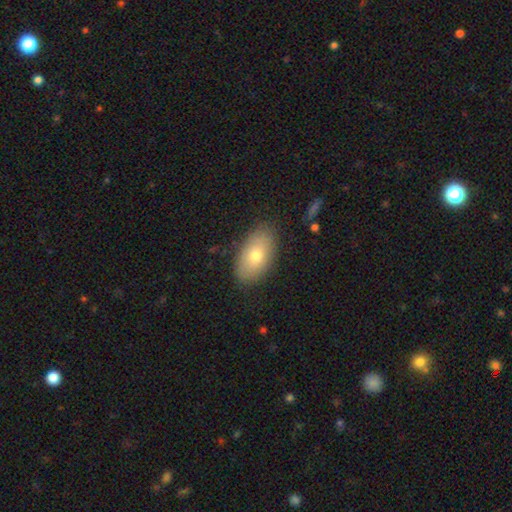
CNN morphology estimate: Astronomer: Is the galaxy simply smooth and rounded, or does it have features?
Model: smooth — 74%.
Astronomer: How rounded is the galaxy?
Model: in between — 93%.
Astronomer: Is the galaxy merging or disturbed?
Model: none — 85%.